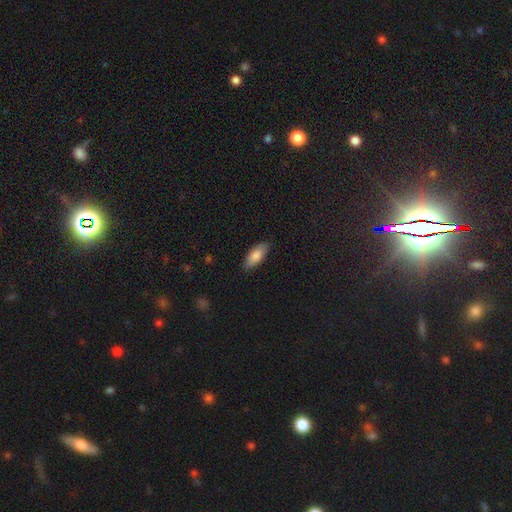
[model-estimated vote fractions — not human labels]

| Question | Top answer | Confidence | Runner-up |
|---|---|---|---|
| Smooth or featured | smooth | 82% | featured or disk (12%) |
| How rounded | in between | 83% | cigar-shaped (15%) |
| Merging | none | 84% | minor disturbance (13%) |